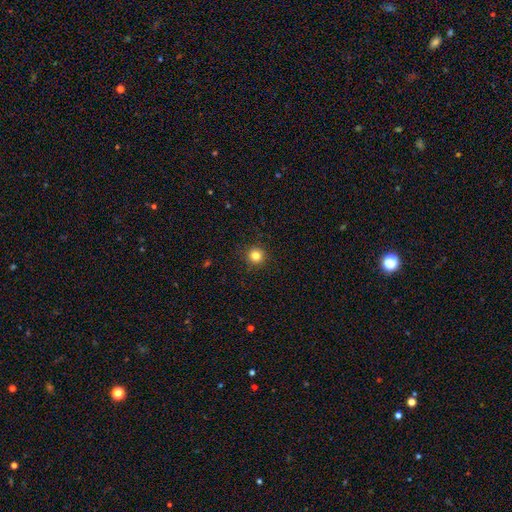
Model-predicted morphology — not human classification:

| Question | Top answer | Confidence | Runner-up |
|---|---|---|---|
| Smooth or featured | smooth | 82% | star or artifact (13%) |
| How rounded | round | 95% | in between (4%) |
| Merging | none | 92% | minor disturbance (5%) |